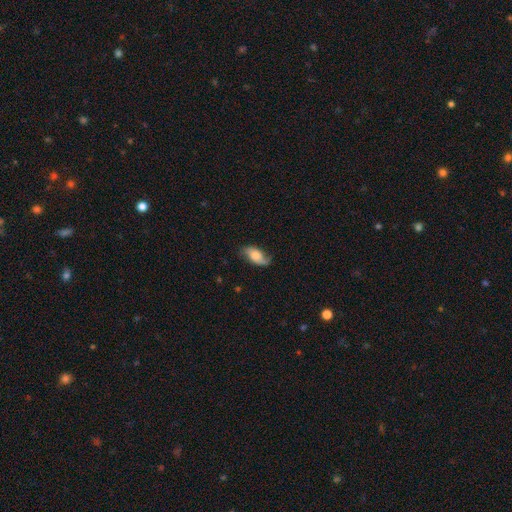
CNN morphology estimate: type=featured or disk (47%); merging=none (63%).